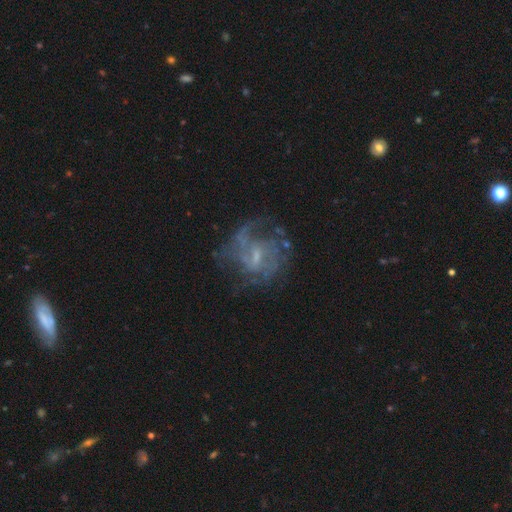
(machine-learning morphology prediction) smooth-or-featured: featured or disk: 80% | smooth: 11% | star or artifact: 10%
  disk-edge-on: no: 98% | yes: 2%
    bar: weak: 57% | no: 30% | strong: 12%
    has-spiral-arms: yes: 86% | no: 14%
      spiral-winding: medium: 46% | loose: 28% | tight: 26%
      spiral-arm-count: 2: 33% (tied) | can't tell: 33% (tied) | 3: 15% | 1: 10% | 4: 5% | more than 4: 4%
    bulge-size: small: 56% | moderate: 24% | none: 18% | large: 2% | dominant: 1%
  merging: none: 58% | major disturbance: 21% | minor disturbance: 18% | merger: 3%